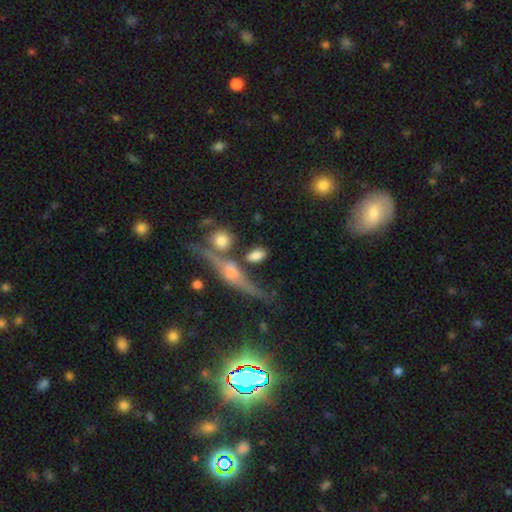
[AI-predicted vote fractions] A smooth galaxy with no disk features (67%) that is in between round and cigar-shaped (75%).

Vote fractions:
- Smooth or featured? smooth: 67% / featured or disk: 25% / star or artifact: 8%
- How rounded? in between: 75% / round: 14% / cigar-shaped: 10%
- Merging? none: 62% / minor disturbance: 16% / merger: 14% / major disturbance: 8%